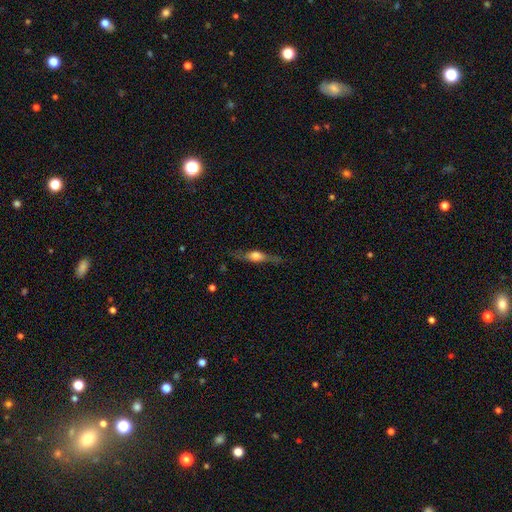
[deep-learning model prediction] Overall: featured or disk (60%; smooth 33%). Edge-on disk: yes (90%). Edge-on bulge: rounded (85%). Merging: none (76%).